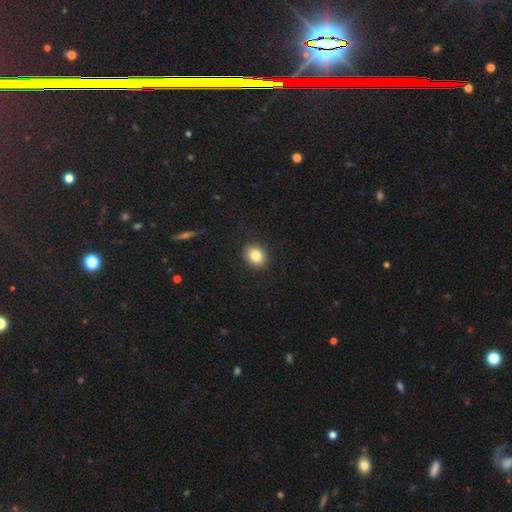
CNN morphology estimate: The model was most divided on "how rounded": round: 55%, in between: 44%, cigar-shaped: 1%. More confident: merging — none (90%); smooth or featured — smooth (84%).